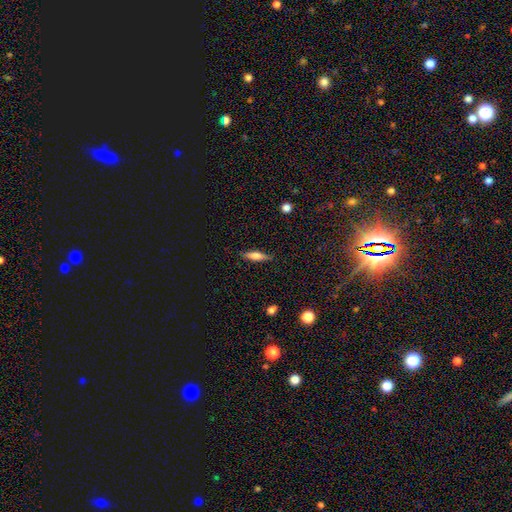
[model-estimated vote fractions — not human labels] This is possibly a smooth galaxy (58%). How rounded: likely cigar-shaped (66%). Merging: clearly none (86%).